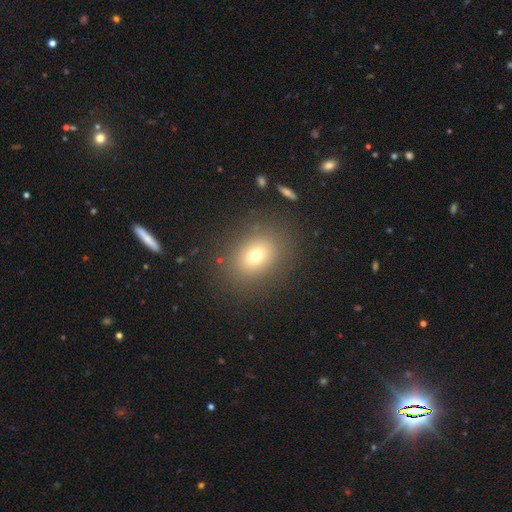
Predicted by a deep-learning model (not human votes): This appears to be a smooth galaxy with no disk features (70%) that is in between round and cigar-shaped (52%). Merging: none (84%).